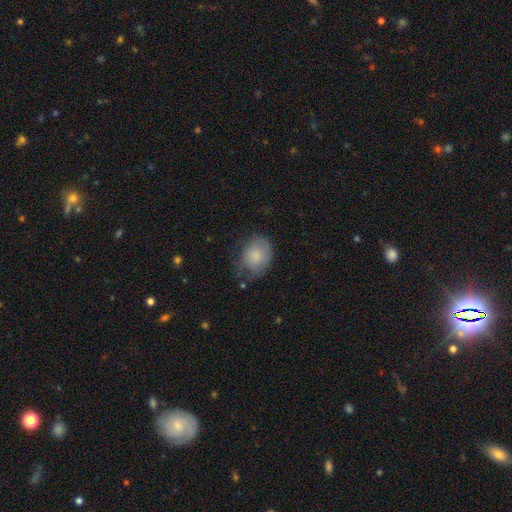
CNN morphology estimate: Smooth or featured?
  - smooth: 78% *
  - featured or disk: 15%
  - star or artifact: 7%
How rounded?
  - in between: 62% *
  - round: 37%
  - cigar-shaped: 1%
Merging?
  - none: 50% *
  - minor disturbance: 34%
  - major disturbance: 14%
  - merger: 2%